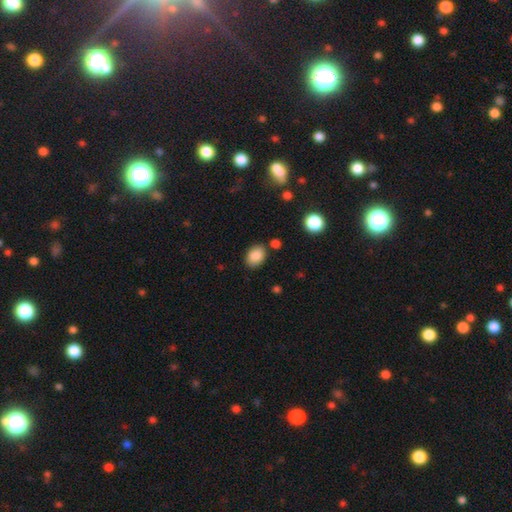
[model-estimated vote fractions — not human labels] Q: Smooth or featured?
A: smooth (87%); runner-up: star or artifact (8%)
Q: How rounded?
A: in between (72%); runner-up: round (27%)
Q: Merging?
A: none (79%); runner-up: minor disturbance (13%)